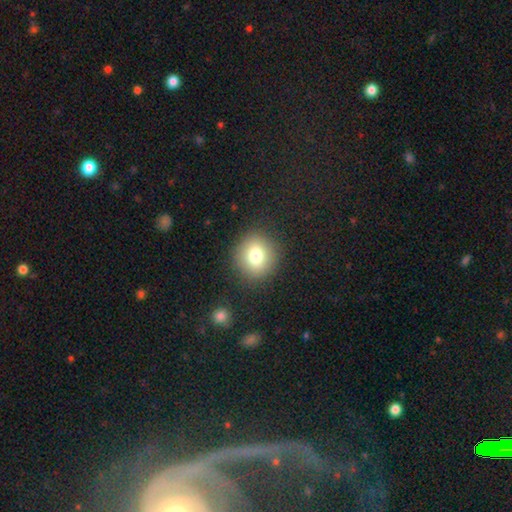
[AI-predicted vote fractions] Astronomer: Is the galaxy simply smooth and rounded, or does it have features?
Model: smooth — 78%.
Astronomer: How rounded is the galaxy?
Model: round — 86%.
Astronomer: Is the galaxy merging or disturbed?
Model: none — 88%.